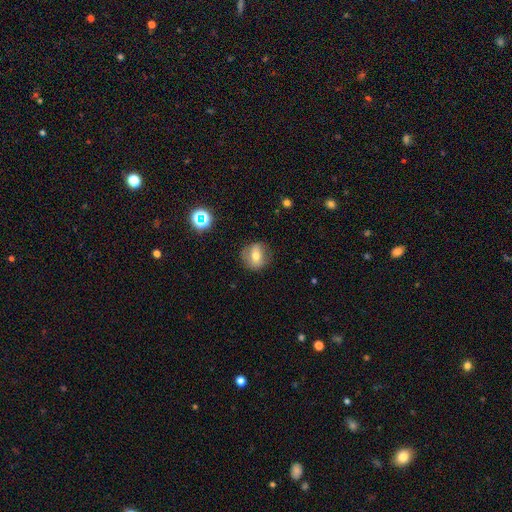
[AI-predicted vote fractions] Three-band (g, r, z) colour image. It shows a smooth galaxy with no disk features (53%) that is round (71%). Merging: none (78%).